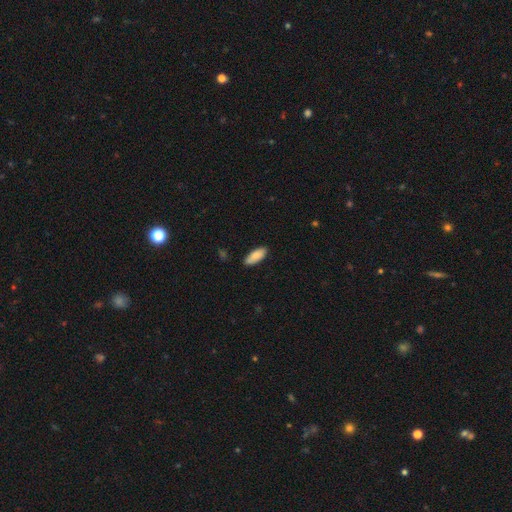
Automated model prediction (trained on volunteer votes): This is clearly a smooth galaxy (87%). How rounded: likely in between (75%). Merging: clearly none (86%).